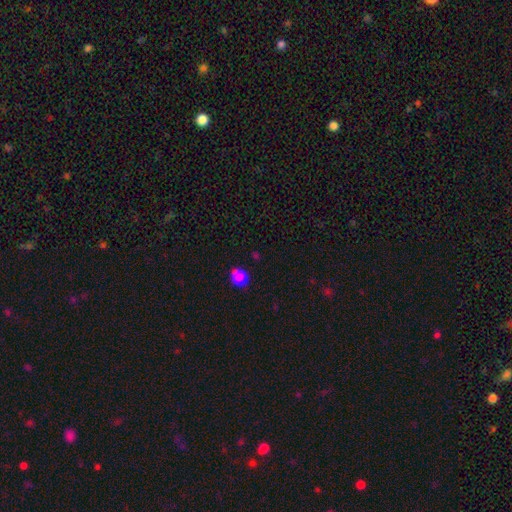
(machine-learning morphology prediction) Q: Smooth or featured?
A: smooth (80%); runner-up: star or artifact (14%)
Q: How rounded?
A: round (76%); runner-up: in between (22%)
Q: Merging?
A: none (74%); runner-up: minor disturbance (19%)